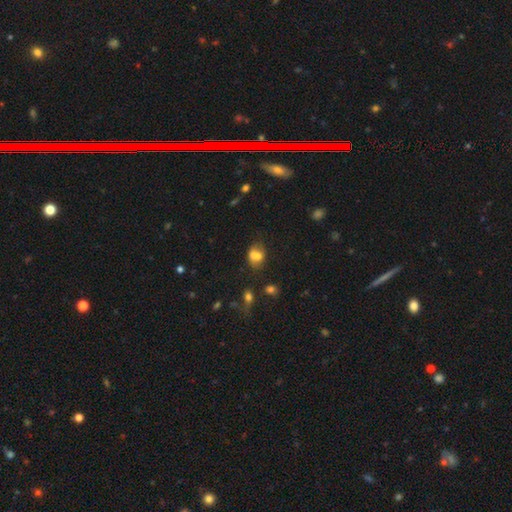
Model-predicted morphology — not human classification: Q: Smooth or featured?
A: smooth (67%); runner-up: featured or disk (20%)
Q: How rounded?
A: in between (53%); runner-up: round (45%)
Q: Merging?
A: merger (48%); runner-up: none (34%)